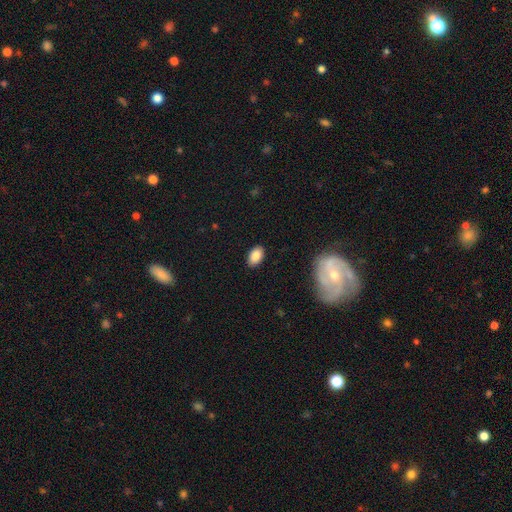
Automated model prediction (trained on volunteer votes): smooth_or_featured: smooth (p=0.87) [alt: star or artifact p=0.08]
how_rounded: in between (p=0.93) [alt: round p=0.06]
merging: none (p=0.87) [alt: minor disturbance p=0.10]